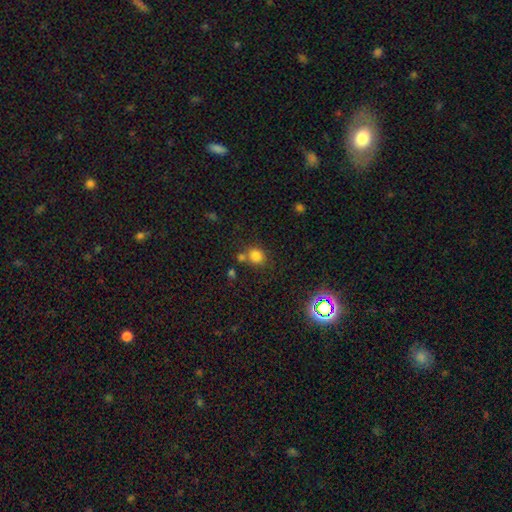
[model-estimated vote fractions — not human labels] This is likely a smooth galaxy (79%). How rounded: likely round (75%). Merging: likely none (63%).